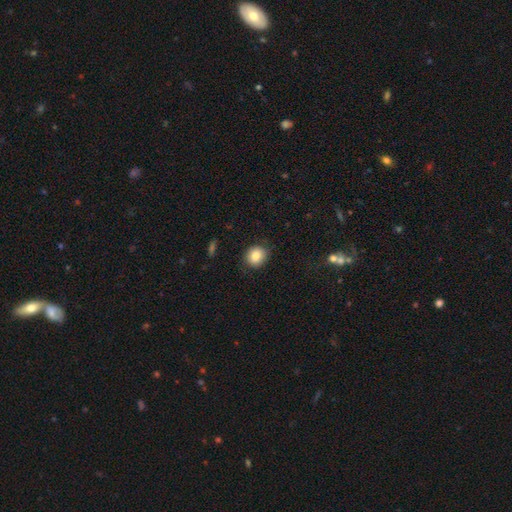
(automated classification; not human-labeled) Overall: smooth (83%). How rounded: round (75%). Merging: none (83%).